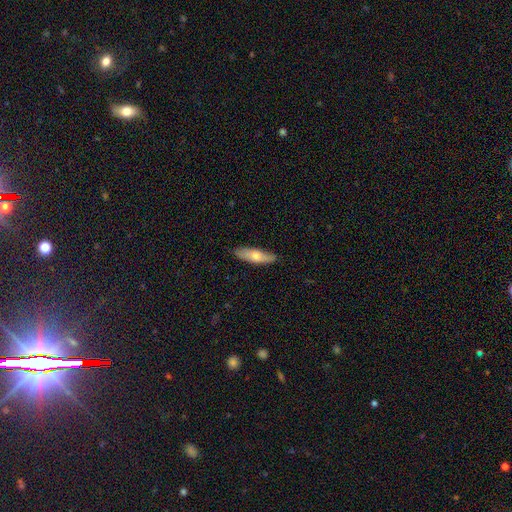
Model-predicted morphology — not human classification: Smooth or featured: smooth — 63% (featured or disk — 31%)
How rounded: cigar-shaped — 58% (in between — 39%)
Merging: none — 84% (minor disturbance — 13%)